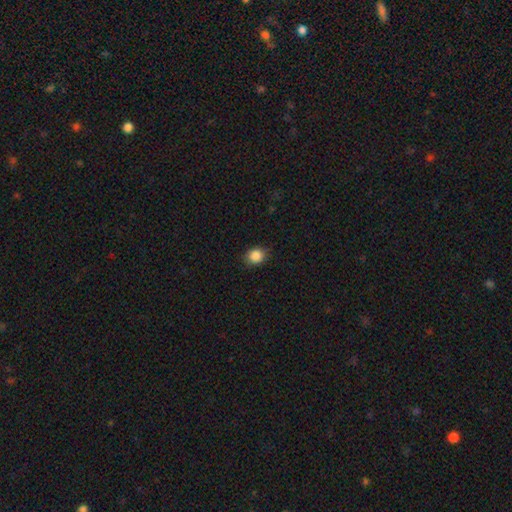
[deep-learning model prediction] Overall: smooth (87%). How rounded: round (71%). Merging: none (84%).